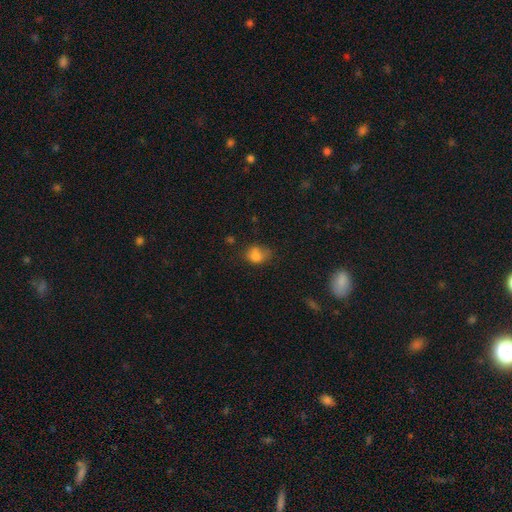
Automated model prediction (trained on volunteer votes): A smooth galaxy with no disk features (77%) that is in between round and cigar-shaped (54%).

Vote fractions:
- Smooth or featured? smooth: 77% / star or artifact: 13% / featured or disk: 11%
- How rounded? in between: 54% / round: 45% / cigar-shaped: 1%
- Merging? none: 44% / minor disturbance: 32% / major disturbance: 15% / merger: 8%